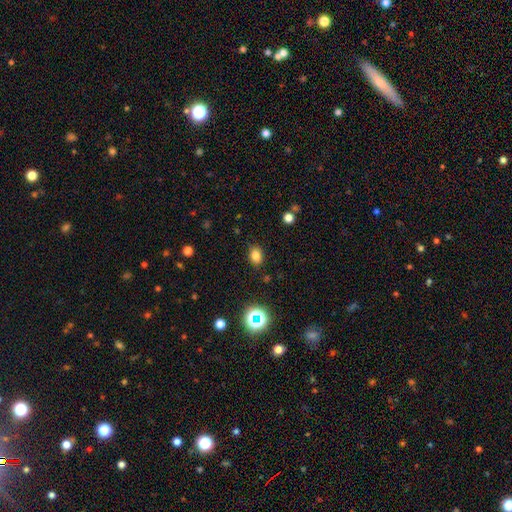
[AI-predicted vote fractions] smooth_or_featured: smooth (p=0.80) [alt: star or artifact p=0.15]
how_rounded: in between (p=0.64) [alt: round p=0.35]
merging: none (p=0.86) [alt: minor disturbance p=0.10]